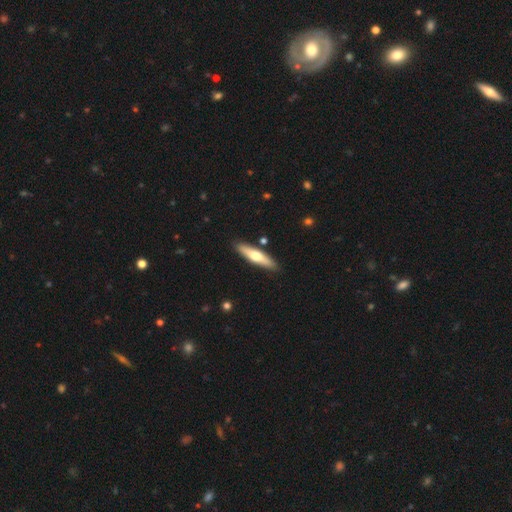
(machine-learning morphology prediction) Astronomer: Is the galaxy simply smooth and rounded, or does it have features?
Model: smooth — 54% (runner-up: featured or disk, 42%).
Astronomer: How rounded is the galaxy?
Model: cigar-shaped — 77%.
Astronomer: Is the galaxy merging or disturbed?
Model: none — 88%.